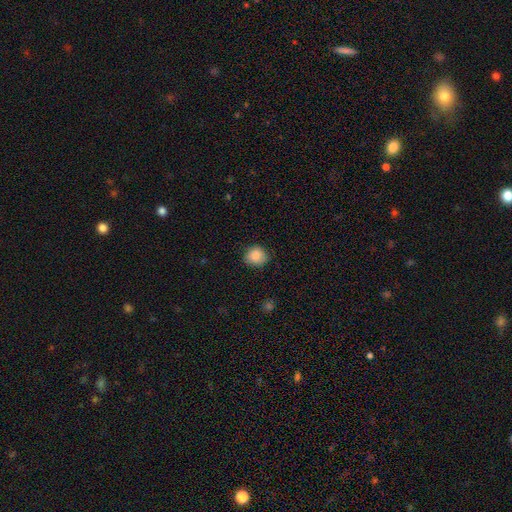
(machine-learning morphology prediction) Q: Smooth or featured?
A: smooth (87%); runner-up: star or artifact (9%)
Q: How rounded?
A: round (79%); runner-up: in between (20%)
Q: Merging?
A: none (81%); runner-up: minor disturbance (15%)